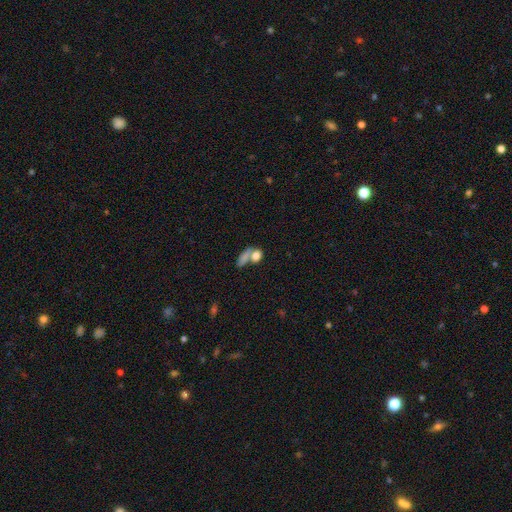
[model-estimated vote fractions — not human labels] Smooth or featured?
  - smooth: 77% *
  - featured or disk: 13%
  - star or artifact: 11%
How rounded?
  - in between: 56% *
  - round: 35%
  - cigar-shaped: 9%
Merging?
  - merger: 43% *
  - none: 37%
  - minor disturbance: 10%
  - major disturbance: 9%